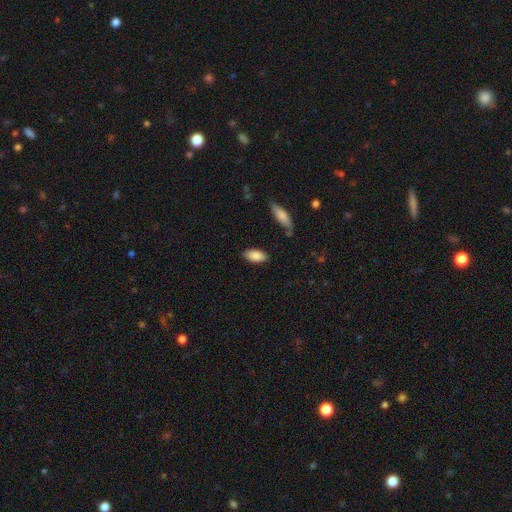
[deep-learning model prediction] Smooth or featured? Predicted: smooth (p=0.88). How rounded? Predicted: in between (p=0.91). Merging? Predicted: none (p=0.84).